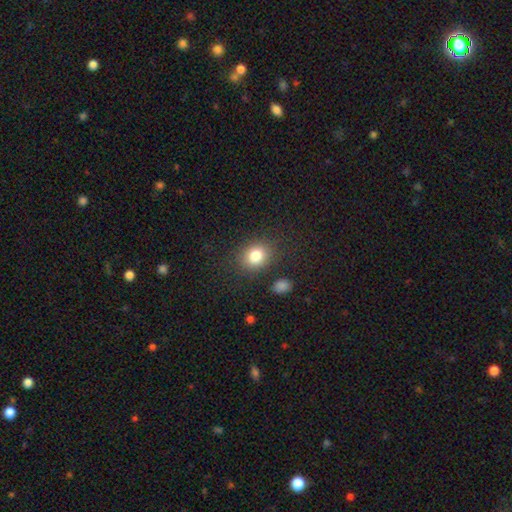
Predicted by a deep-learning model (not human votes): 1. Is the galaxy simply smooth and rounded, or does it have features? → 82% smooth, 10% star or artifact, 7% featured or disk.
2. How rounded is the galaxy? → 59% round, 40% in between, 1% cigar-shaped.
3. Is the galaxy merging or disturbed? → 82% none, 11% minor disturbance, 4% major disturbance, 3% merger.